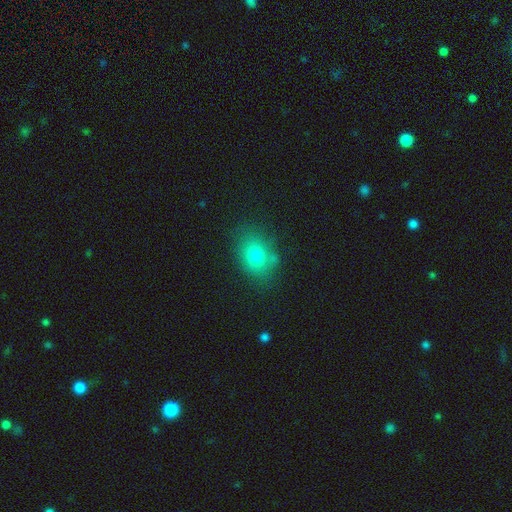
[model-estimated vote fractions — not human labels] Smooth or featured?
  - smooth: 76% *
  - star or artifact: 12%
  - featured or disk: 11%
How rounded?
  - in between: 63% *
  - round: 36%
  - cigar-shaped: 1%
Merging?
  - none: 72% *
  - minor disturbance: 18%
  - major disturbance: 6%
  - merger: 4%